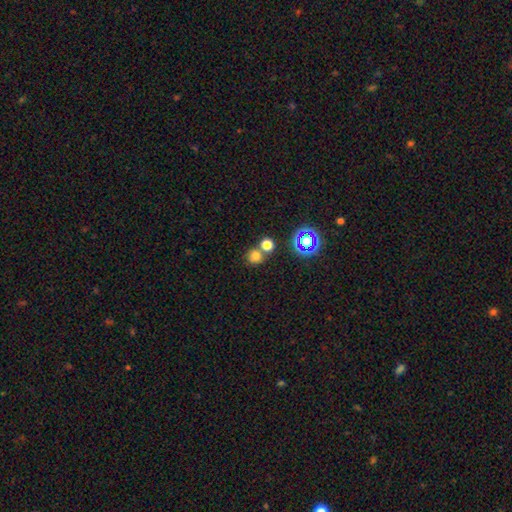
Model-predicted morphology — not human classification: A smooth galaxy with no disk features (72%) that is round (86%).

Vote fractions:
- Smooth or featured? smooth: 72% / star or artifact: 21% / featured or disk: 7%
- How rounded? round: 86% / in between: 13% / cigar-shaped: 1%
- Merging? none: 62% / merger: 28% / minor disturbance: 7% / major disturbance: 3%